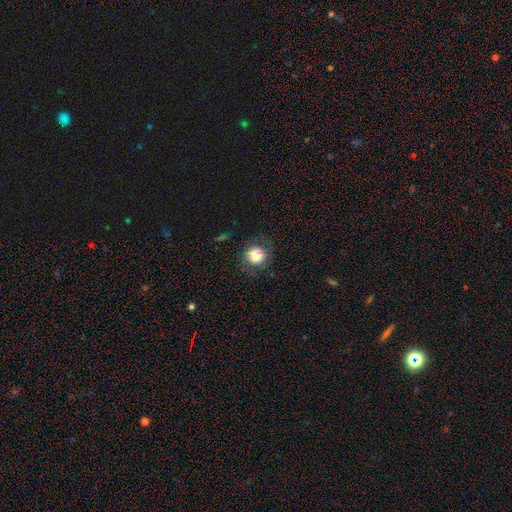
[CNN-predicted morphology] Q: Smooth or featured?
A: smooth (77%); runner-up: featured or disk (14%)
Q: How rounded?
A: round (89%); runner-up: in between (10%)
Q: Merging?
A: none (77%); runner-up: minor disturbance (14%)